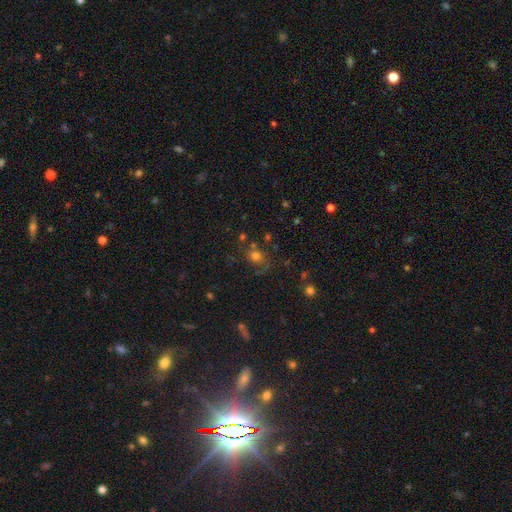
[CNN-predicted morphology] Smooth or featured: smooth — 58% (star or artifact — 22%)
How rounded: round — 69% (in between — 30%)
Merging: none — 59% (minor disturbance — 18%)